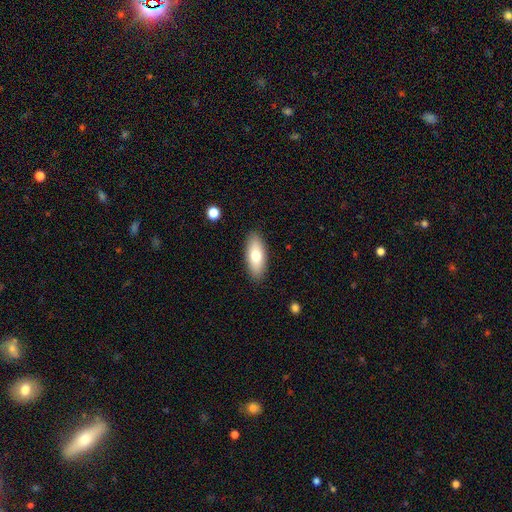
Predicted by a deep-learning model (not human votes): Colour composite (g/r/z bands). It shows a smooth galaxy with no disk features (73%) that is in between round and cigar-shaped (80%). Merging: none (89%).